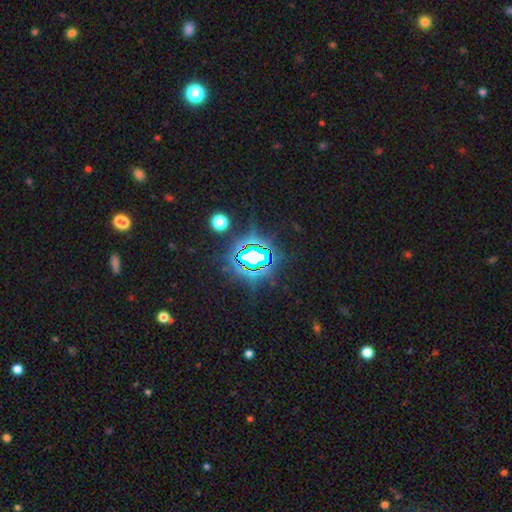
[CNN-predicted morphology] Q: Smooth or featured?
A: star or artifact (82%); runner-up: smooth (11%)